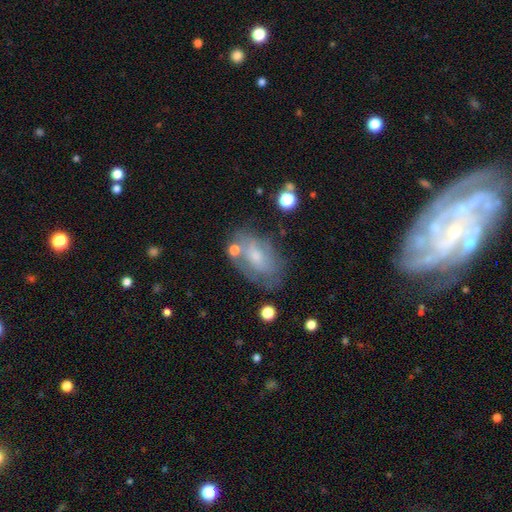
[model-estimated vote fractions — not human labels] A smooth galaxy with no disk features (47%). Merging: none (56%).